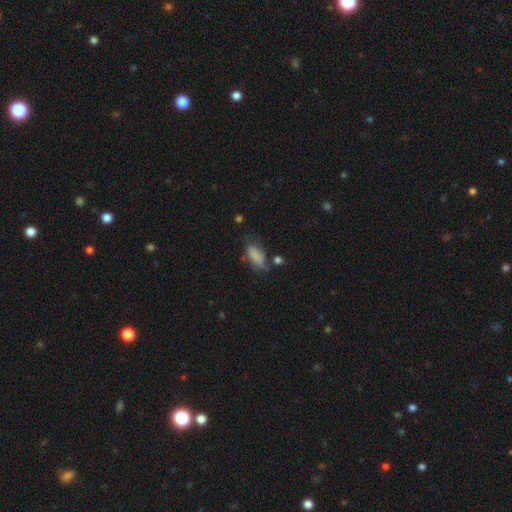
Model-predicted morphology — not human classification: type=smooth (66%); roundness=in between (87%); merging=none (42%).